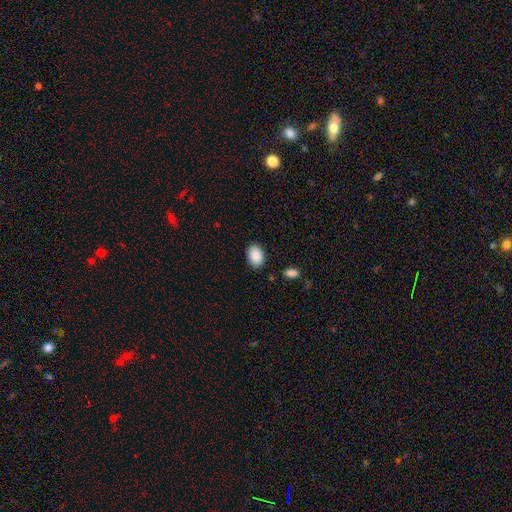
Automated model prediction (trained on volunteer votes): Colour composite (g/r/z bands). It shows a smooth galaxy with no disk features (89%) that is in between round and cigar-shaped (84%). Merging: none (86%).